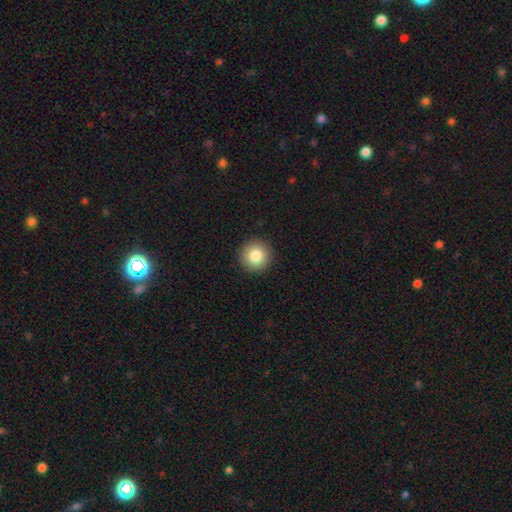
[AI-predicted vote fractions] Smooth or featured? Predicted: smooth (p=0.83). How rounded? Predicted: round (p=0.95). Merging? Predicted: none (p=0.93).